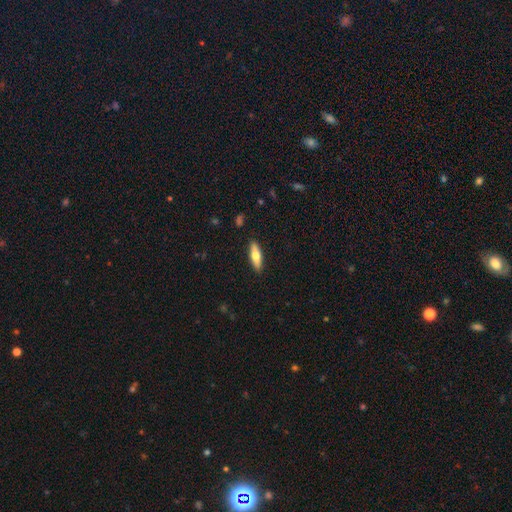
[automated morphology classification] smooth_or_featured: smooth (p=0.60) [alt: featured or disk p=0.34]
how_rounded: cigar-shaped (p=0.56) [alt: in between p=0.42]
merging: none (p=0.89) [alt: minor disturbance p=0.08]